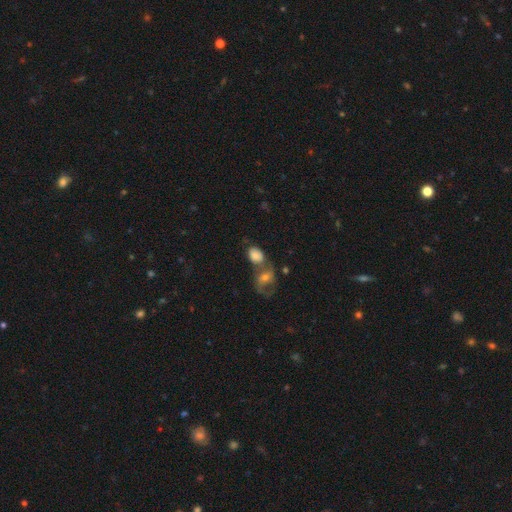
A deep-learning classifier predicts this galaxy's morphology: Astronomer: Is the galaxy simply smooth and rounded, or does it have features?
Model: smooth — 70%.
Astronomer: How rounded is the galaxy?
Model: in between — 73%.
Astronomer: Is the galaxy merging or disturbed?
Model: merger — 48% (runner-up: none, 31%).